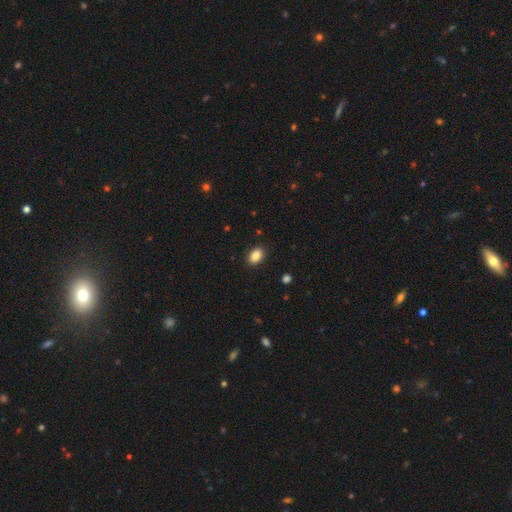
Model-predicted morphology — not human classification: Smooth or featured? Predicted: smooth (p=0.87). How rounded? Predicted: in between (p=0.86). Merging? Predicted: none (p=0.89).